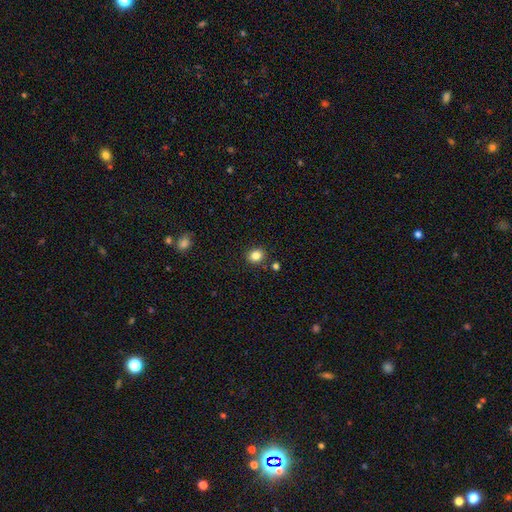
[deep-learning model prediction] This is clearly a smooth galaxy (84%). How rounded: likely round (73%). Merging: clearly none (86%).